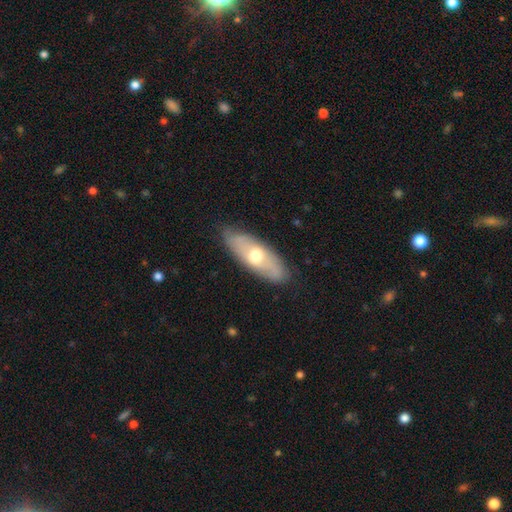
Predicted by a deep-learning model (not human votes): smooth 48%, featured or disk 47%, star or artifact 6%. Down the decision tree: merging — none (79%).